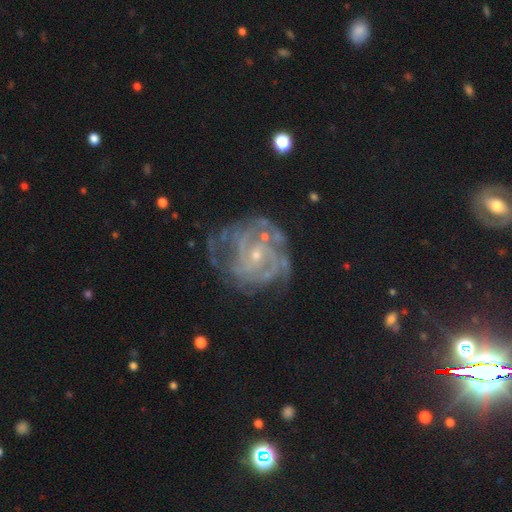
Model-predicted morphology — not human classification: Smooth or featured? featured or disk (86%)
Edge-on disk? no (98%)
Bar? no (62%)
Spiral arms? yes (94%)
Spiral winding? tight (63%)
Spiral arm count? can't tell (34%)
Bulge size? small (77%)
Merging? none (62%)